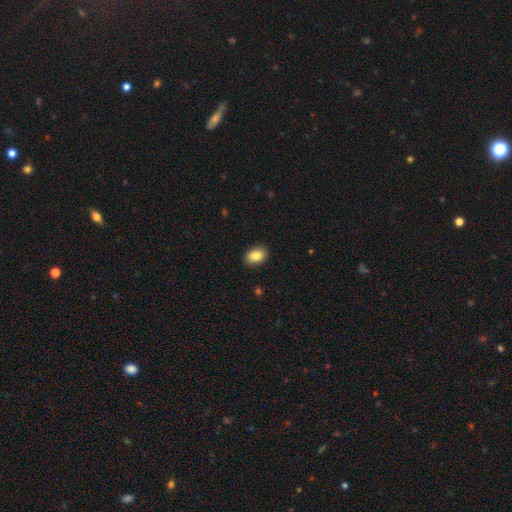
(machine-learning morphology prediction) This appears to be a smooth galaxy with no disk features (86%) that is in between round and cigar-shaped (84%). Merging: none (89%).